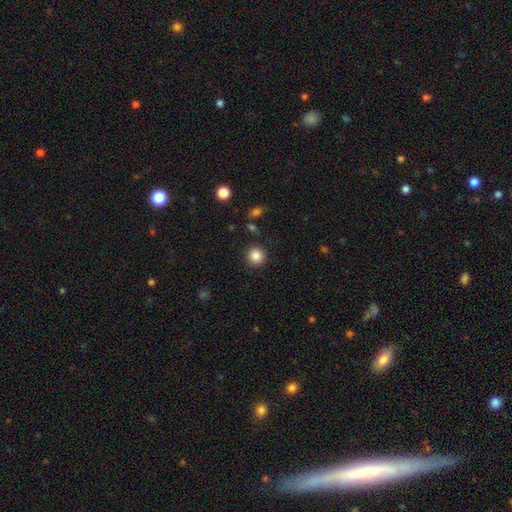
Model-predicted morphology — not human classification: This appears to be a smooth galaxy with no disk features (86%) that is round (93%). Merging: none (89%).